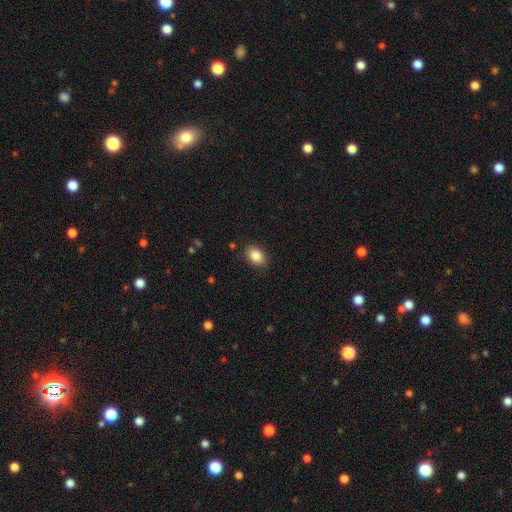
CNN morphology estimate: smooth 86%, star or artifact 8%, featured or disk 6%. Down the decision tree: how rounded — in between (79%); merging — none (86%).